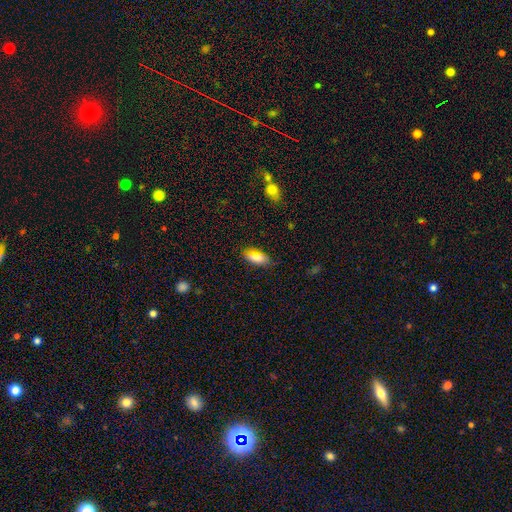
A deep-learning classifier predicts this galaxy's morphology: This appears to be a smooth galaxy with no disk features (77%) that is in between round and cigar-shaped (83%). Merging: none (79%).